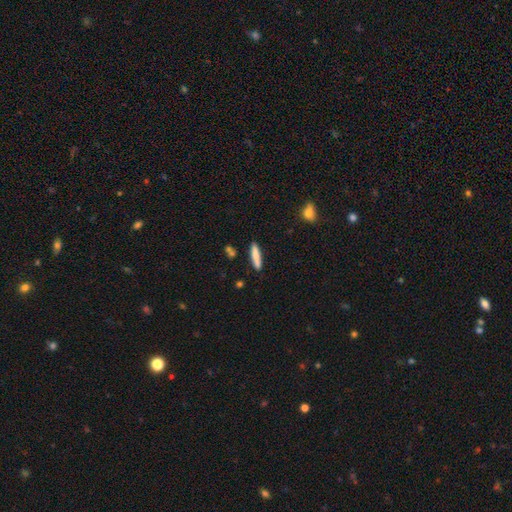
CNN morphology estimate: smooth_or_featured: smooth (p=0.76) [alt: featured or disk p=0.18]
how_rounded: cigar-shaped (p=0.87) [alt: in between p=0.12]
merging: none (p=0.83) [alt: minor disturbance p=0.10]